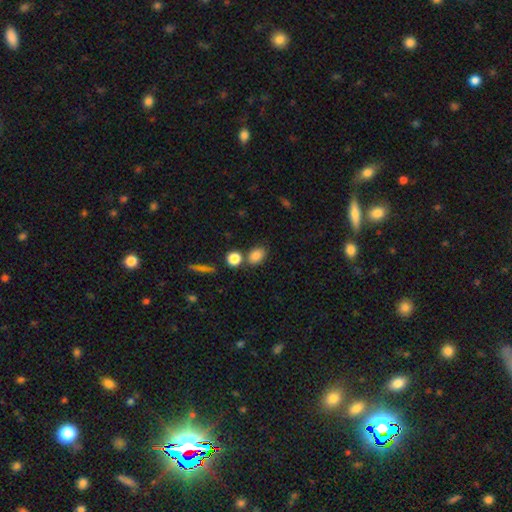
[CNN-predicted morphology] Smooth or featured?
  - smooth: 83% *
  - star or artifact: 10%
  - featured or disk: 7%
How rounded?
  - in between: 67% *
  - round: 31%
  - cigar-shaped: 2%
Merging?
  - none: 66% *
  - merger: 18%
  - minor disturbance: 12%
  - major disturbance: 4%